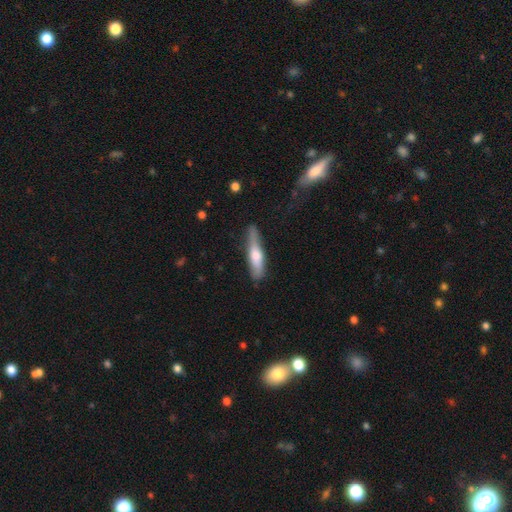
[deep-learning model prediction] A smooth galaxy with no disk features (57%) that is cigar-shaped (83%). Merging: none (71%).